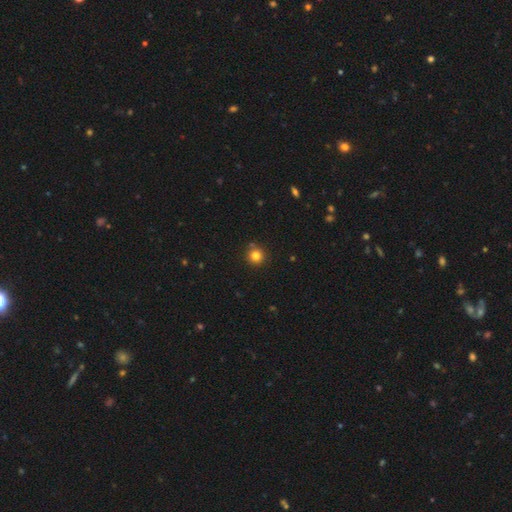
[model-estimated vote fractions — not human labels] smooth_or_featured: smooth (p=0.82) [alt: star or artifact p=0.13]
how_rounded: round (p=0.95) [alt: in between p=0.04]
merging: none (p=0.85) [alt: minor disturbance p=0.08]